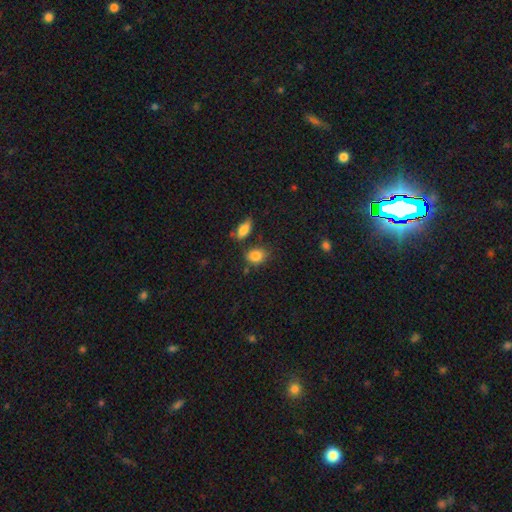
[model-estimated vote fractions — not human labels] Smooth or featured? Predicted: smooth (p=0.84). How rounded? Predicted: in between (p=0.66). Merging? Predicted: none (p=0.67).